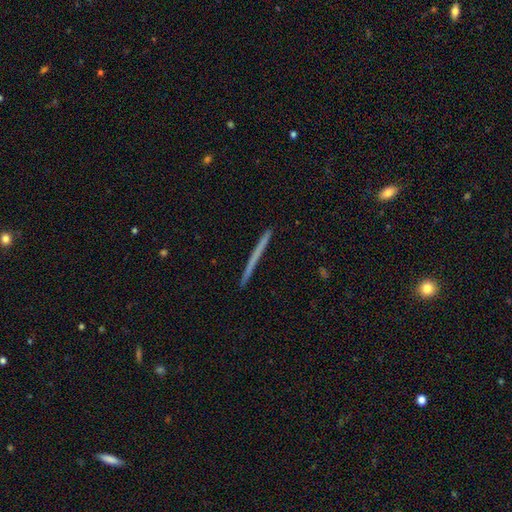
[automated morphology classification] The model was most divided on "smooth or featured": featured or disk: 48%, smooth: 45%, star or artifact: 7%. More confident: merging — none (92%).